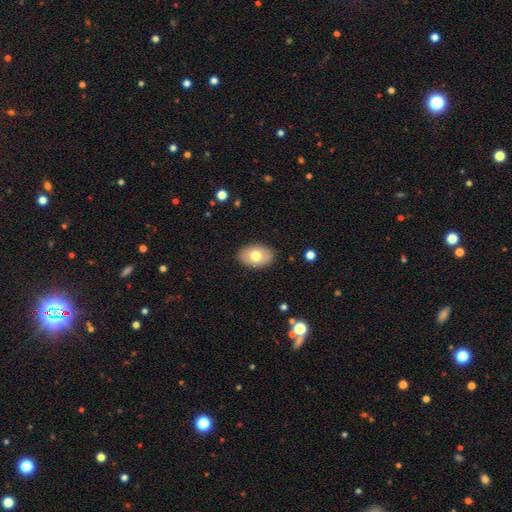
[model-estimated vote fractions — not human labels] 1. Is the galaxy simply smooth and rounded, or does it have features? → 73% smooth, 20% featured or disk, 7% star or artifact.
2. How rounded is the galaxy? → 88% in between, 11% round, 1% cigar-shaped.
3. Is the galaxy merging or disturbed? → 88% none, 9% minor disturbance, 2% major disturbance, 1% merger.